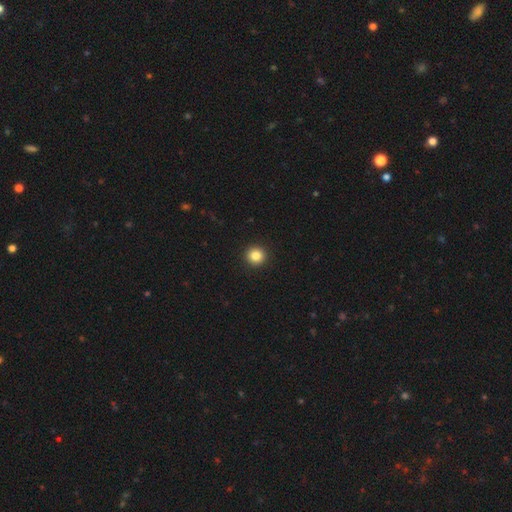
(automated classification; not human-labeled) Smooth or featured? smooth (85%)
How rounded? round (95%)
Merging? none (94%)